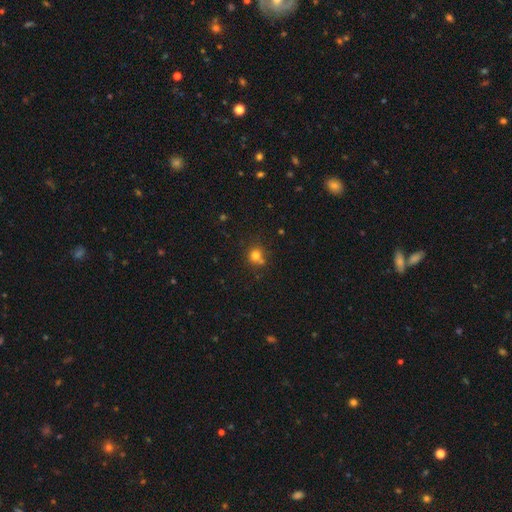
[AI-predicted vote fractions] A smooth galaxy with no disk features (77%) that is round (80%). Merging: none (61%).